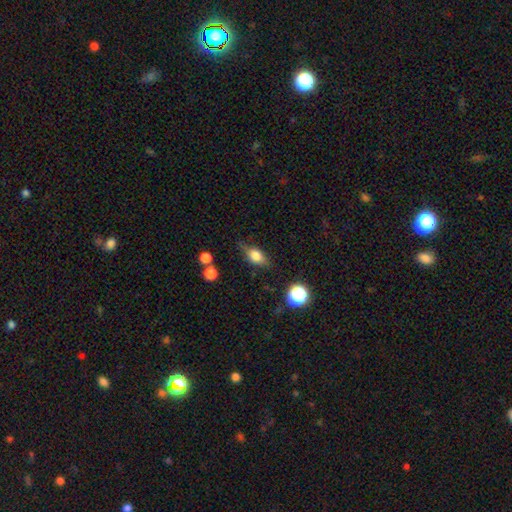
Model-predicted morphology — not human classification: A smooth galaxy with no disk features (70%) that is in between round and cigar-shaped (75%). Merging: none (69%).